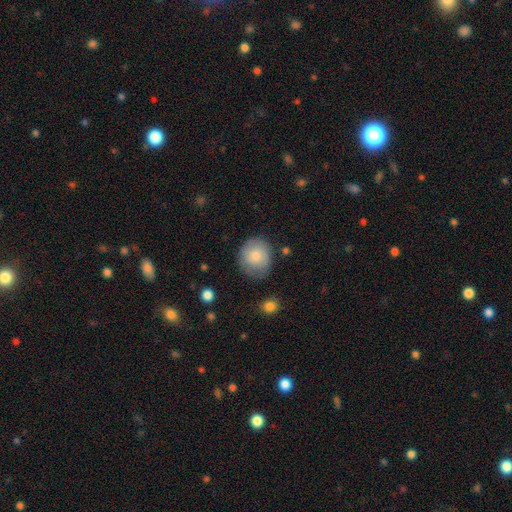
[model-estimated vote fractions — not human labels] This appears to be a smooth galaxy with no disk features (71%) that is round (80%). Merging: none (73%).